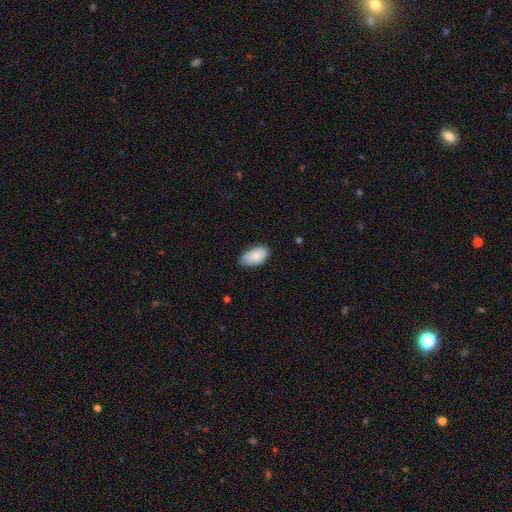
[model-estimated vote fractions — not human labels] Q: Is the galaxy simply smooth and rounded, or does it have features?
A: smooth — 78%.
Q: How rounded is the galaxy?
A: in between — 94%.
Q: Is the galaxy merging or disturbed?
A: none — 60%.